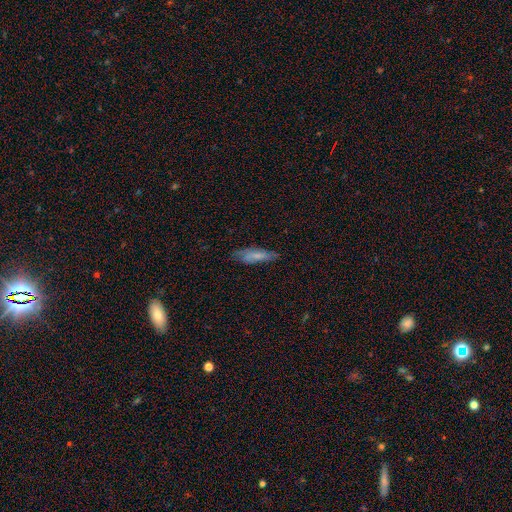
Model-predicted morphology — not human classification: A smooth galaxy with no disk features (69%) that is cigar-shaped (58%). Merging: none (67%).